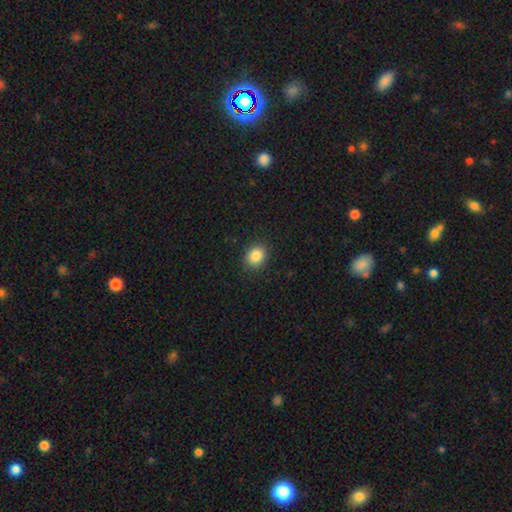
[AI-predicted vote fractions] smooth 85%, star or artifact 10%, featured or disk 5%. Down the decision tree: how rounded — round (63%); merging — none (88%).